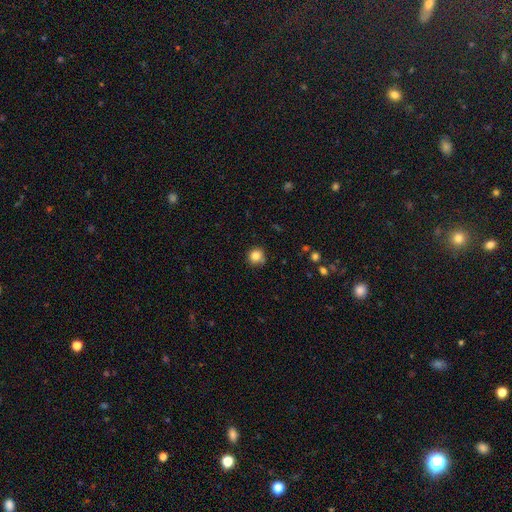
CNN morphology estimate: Smooth or featured: smooth — 82% (star or artifact — 11%)
How rounded: round — 91% (in between — 8%)
Merging: none — 79% (minor disturbance — 15%)